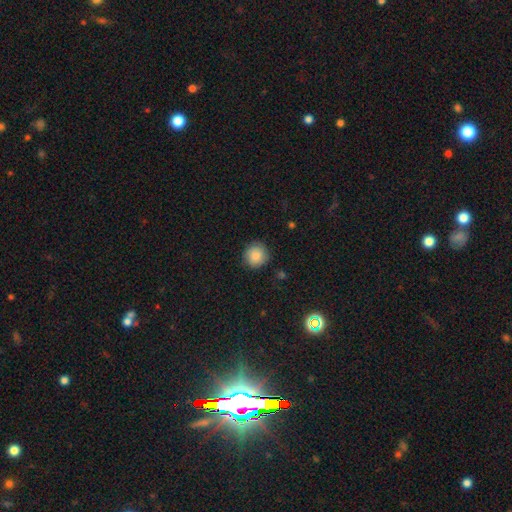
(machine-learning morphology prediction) smooth-or-featured: smooth: 86% | star or artifact: 8% | featured or disk: 6%
  how-rounded: round: 93% | in between: 6% | cigar-shaped: 1%
  merging: none: 87% | minor disturbance: 10% | major disturbance: 2% | merger: 1%